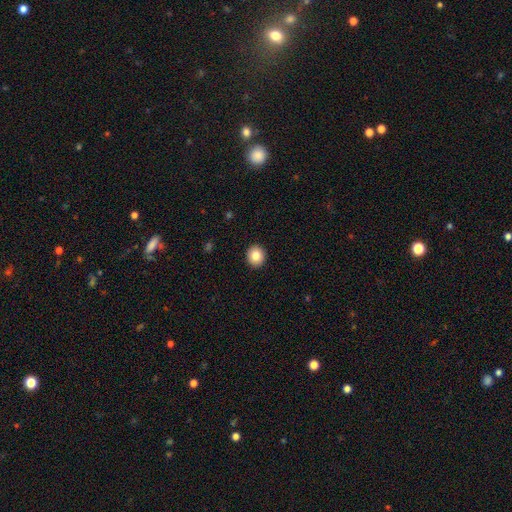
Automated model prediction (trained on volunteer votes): The model was most divided on "how rounded": round: 85%, in between: 14%, cigar-shaped: 1%. More confident: merging — none (92%); smooth or featured — smooth (83%).